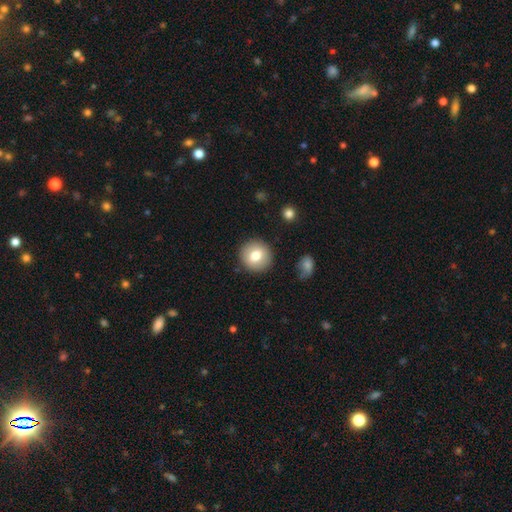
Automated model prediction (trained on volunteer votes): smooth-or-featured: smooth: 76% | featured or disk: 15% | star or artifact: 9%
  how-rounded: round: 92% | in between: 7% | cigar-shaped: 1%
  merging: none: 90% | minor disturbance: 7% | major disturbance: 2% | merger: 1%